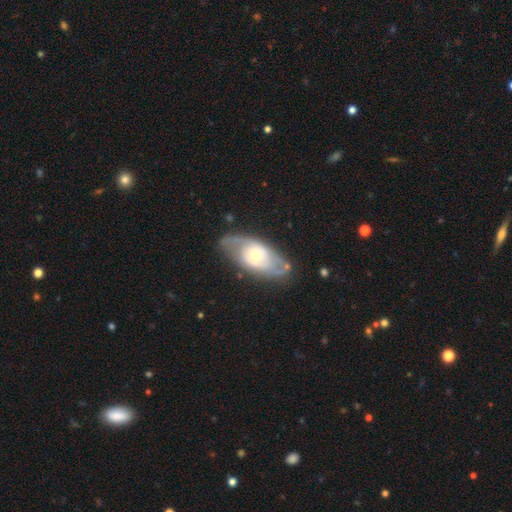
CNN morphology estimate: Smooth or featured? featured or disk (72%)
Edge-on disk? no (89%)
Bar? no (76%)
Spiral arms? yes (67%)
Bulge size? moderate (60%)
Merging? none (72%)